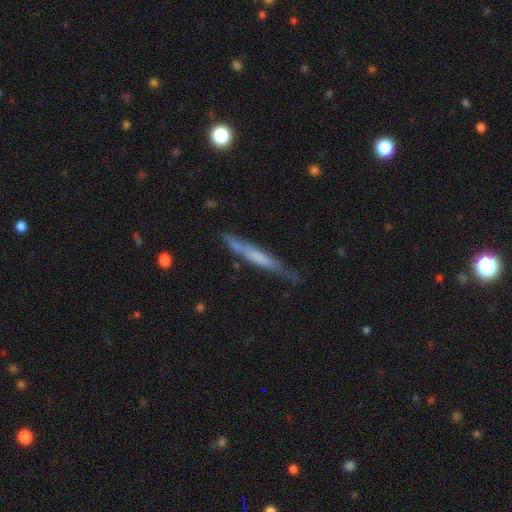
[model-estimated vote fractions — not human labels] Q: Smooth or featured?
A: featured or disk (50%); runner-up: smooth (44%)
Q: Merging?
A: none (70%); runner-up: minor disturbance (22%)